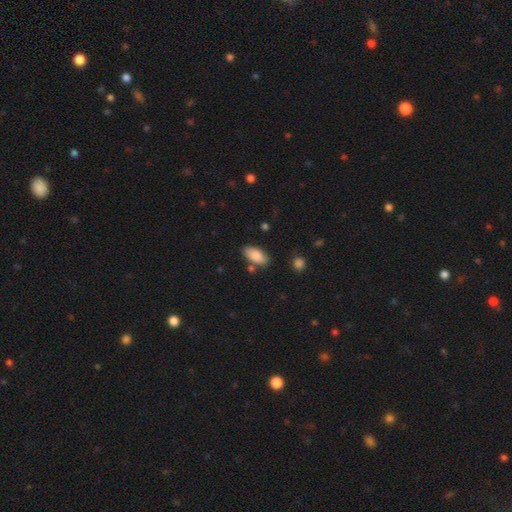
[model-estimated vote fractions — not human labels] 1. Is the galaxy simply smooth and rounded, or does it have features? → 88% smooth, 7% star or artifact, 6% featured or disk.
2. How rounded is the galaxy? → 92% in between, 5% cigar-shaped, 2% round.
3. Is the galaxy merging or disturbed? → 79% none, 12% minor disturbance, 6% merger, 3% major disturbance.